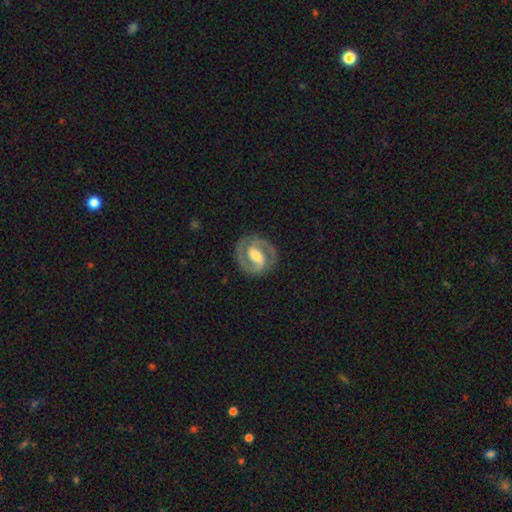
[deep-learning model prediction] A featured or disk galaxy (86%) with a strong bar (48%), 2 (91%) tight (47%) spiral arms (94%) and a moderate central bulge (58%).

Vote fractions:
- Smooth or featured? featured or disk: 86% / smooth: 9% / star or artifact: 4%
- Edge-on disk? no: 97% / yes: 3%
- Bar? strong: 48% / weak: 37% / no: 15%
- Spiral arms? yes: 94% / no: 6%
- Spiral winding? tight: 47% / medium: 45% / loose: 8%
- Spiral arm count? 2: 91% / can't tell: 3% / 1: 3% / 3: 1% / 4: 1% / more than 4: 1%
- Bulge size? moderate: 58% / small: 26% / large: 12% / none: 2% / dominant: 1%
- Merging? none: 85% / minor disturbance: 10% / major disturbance: 4% / merger: 1%